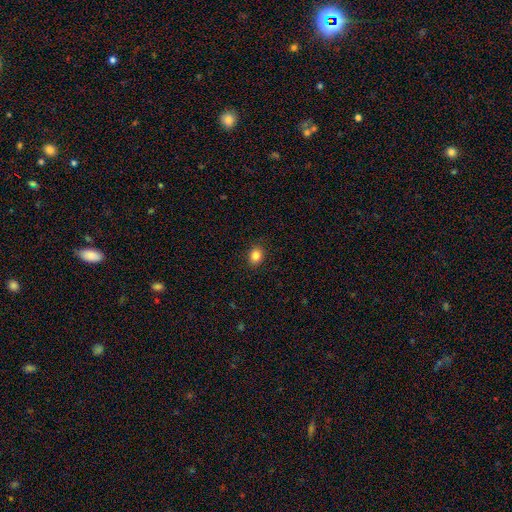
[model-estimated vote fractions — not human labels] This appears to be a smooth galaxy with no disk features (85%) that is round (56%). Merging: none (90%).